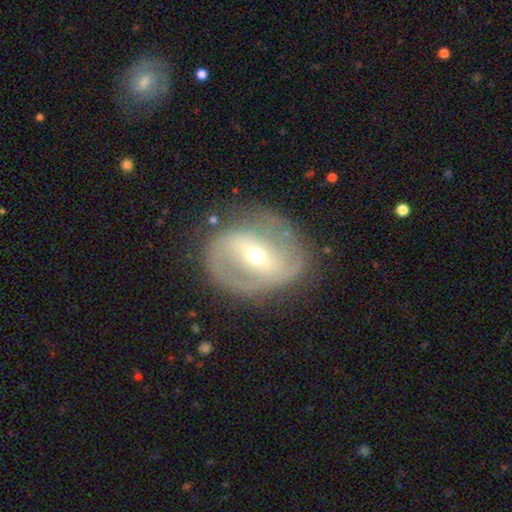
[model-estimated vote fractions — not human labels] Overall: featured or disk (82%). Edge-on disk: no (96%). Bar: weak (40%; strong 38%). Spiral arms: yes (88%). Spiral arm count: 2 (80%). Spiral winding: medium (45%; tight 33%). Bulge size: moderate (55%; small 40%). Merging: none (75%).